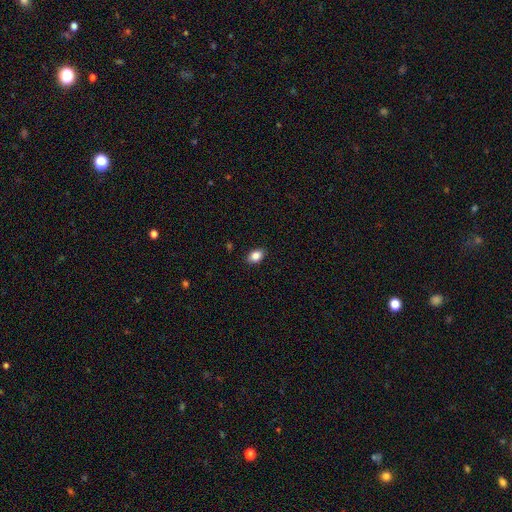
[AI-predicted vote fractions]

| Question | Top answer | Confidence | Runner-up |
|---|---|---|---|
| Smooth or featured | smooth | 86% | star or artifact (9%) |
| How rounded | in between | 83% | round (16%) |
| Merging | none | 88% | minor disturbance (9%) |